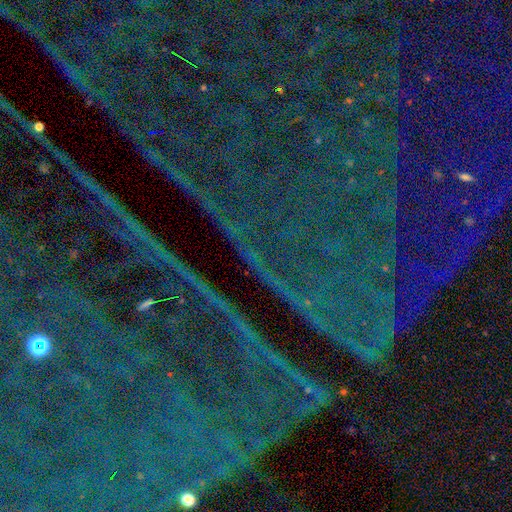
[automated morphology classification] Smooth or featured? star or artifact (86%)